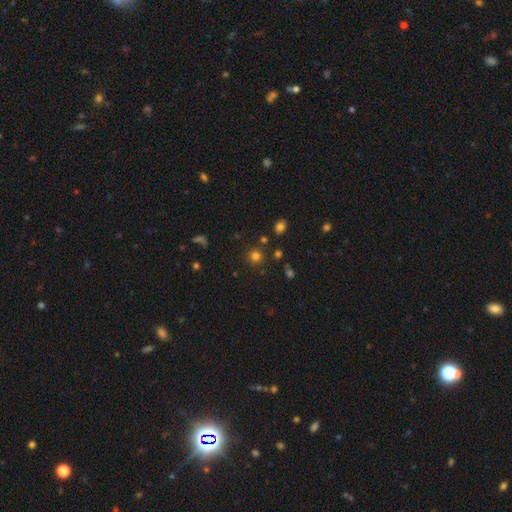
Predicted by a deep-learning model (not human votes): Smooth or featured? Predicted: smooth (p=0.77). How rounded? Predicted: round (p=0.91). Merging? Predicted: none (p=0.84).